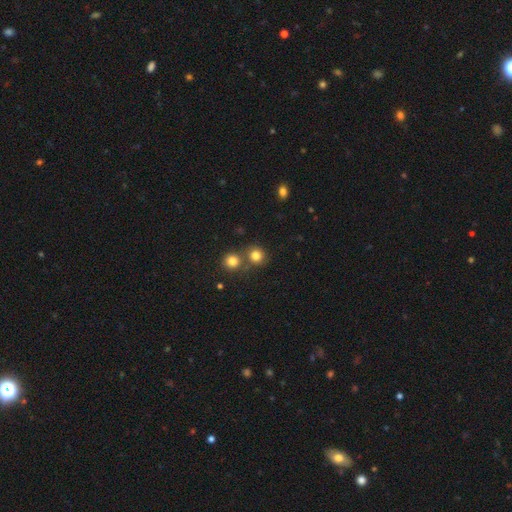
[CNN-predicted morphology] smooth 80%, star or artifact 13%, featured or disk 7%. Down the decision tree: how rounded — round (88%); merging — none (64%).